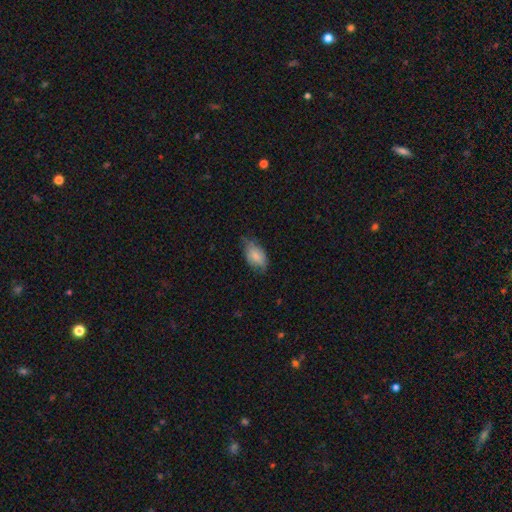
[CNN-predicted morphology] Smooth or featured?
  - smooth: 77% *
  - featured or disk: 16%
  - star or artifact: 7%
How rounded?
  - in between: 91% *
  - round: 7%
  - cigar-shaped: 2%
Merging?
  - none: 51% *
  - minor disturbance: 38%
  - major disturbance: 10%
  - merger: 1%